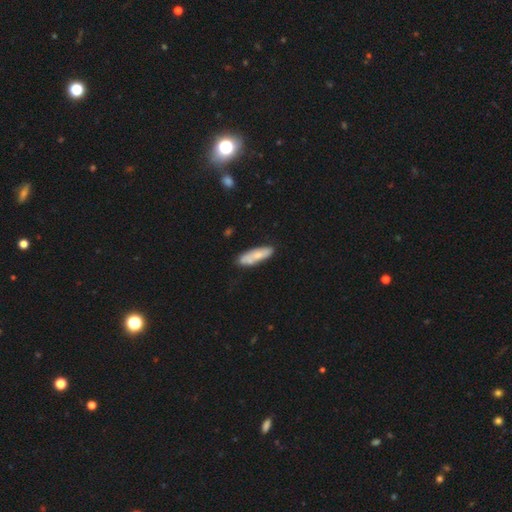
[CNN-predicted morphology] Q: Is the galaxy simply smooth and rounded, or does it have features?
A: smooth — 66%.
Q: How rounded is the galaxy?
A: cigar-shaped — 56%.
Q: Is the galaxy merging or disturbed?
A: none — 73%.